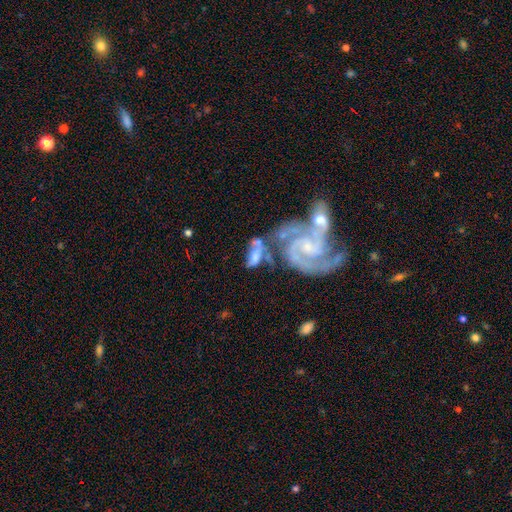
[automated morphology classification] type=featured or disk (70%); edge-on=no (95%); bar=no (60%); spiral arms=yes (84%); winding=medium (41%); arm count=2 (63%); bulge=small (59%); merging=merger (48%).